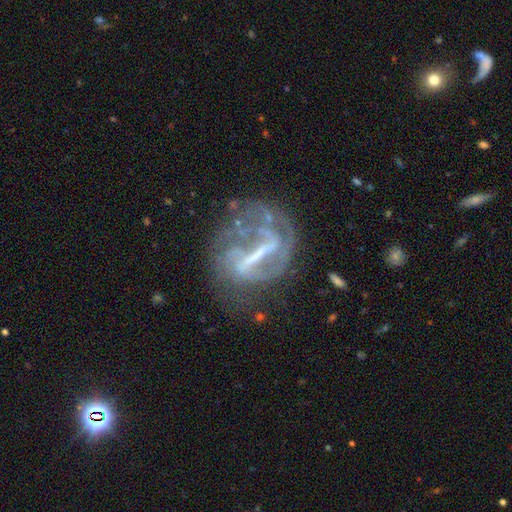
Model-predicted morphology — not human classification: featured or disk 81%, star or artifact 10%, smooth 9%. Down the decision tree: edge-on disk — no (94%); bar — strong (74%); spiral arms — yes (71%); spiral arm count — 2 (37%); spiral winding — tight (38%); bulge size — none (44%); merging — none (50%).